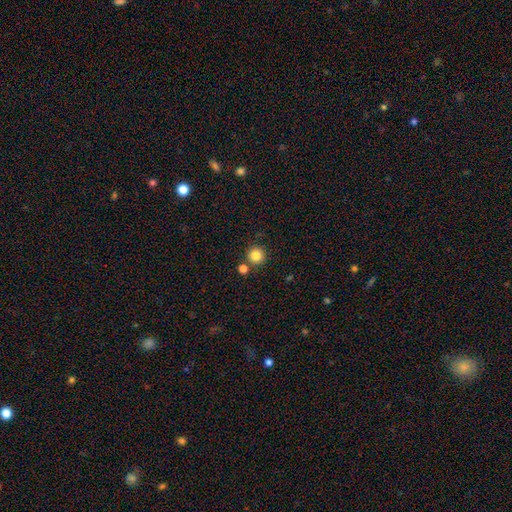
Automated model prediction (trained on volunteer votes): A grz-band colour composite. It shows a smooth galaxy with no disk features (84%) that is round (95%). Merging: none (82%).